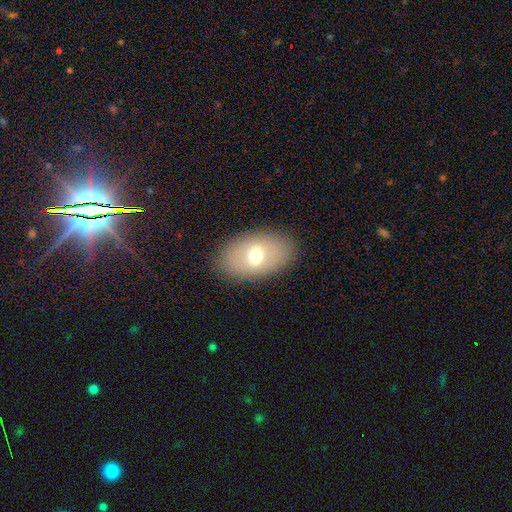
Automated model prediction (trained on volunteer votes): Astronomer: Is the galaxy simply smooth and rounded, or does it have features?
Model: smooth — 62%.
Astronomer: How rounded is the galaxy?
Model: in between — 88%.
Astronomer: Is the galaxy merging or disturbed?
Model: none — 86%.